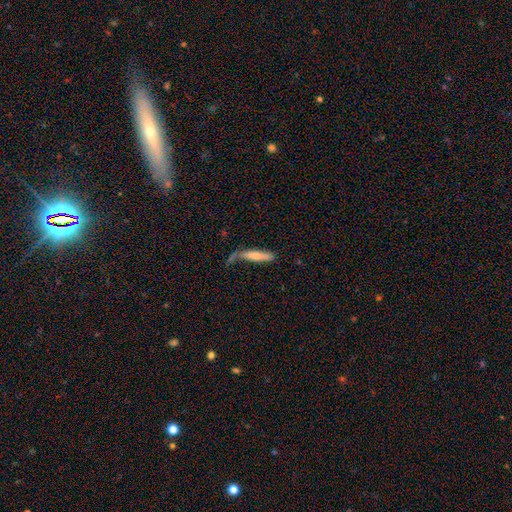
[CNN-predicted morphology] A smooth galaxy with no disk features (72%) that is cigar-shaped (86%).

Vote fractions:
- Smooth or featured? smooth: 72% / featured or disk: 22% / star or artifact: 6%
- How rounded? cigar-shaped: 86% / in between: 12% / round: 2%
- Merging? none: 48% / minor disturbance: 26% / major disturbance: 15% / merger: 10%